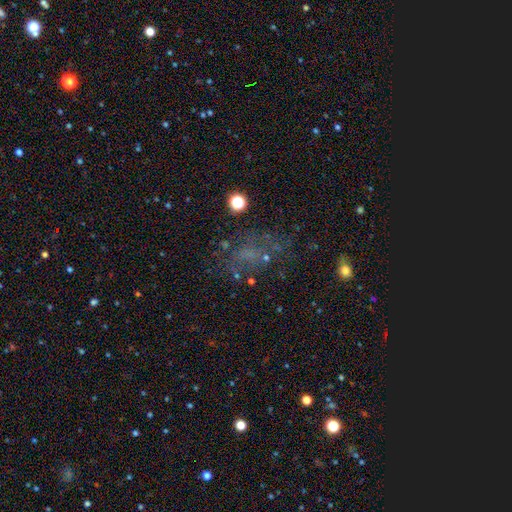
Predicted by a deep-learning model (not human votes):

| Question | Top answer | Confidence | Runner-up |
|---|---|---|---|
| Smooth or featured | star or artifact | 39% | featured or disk (34%) |